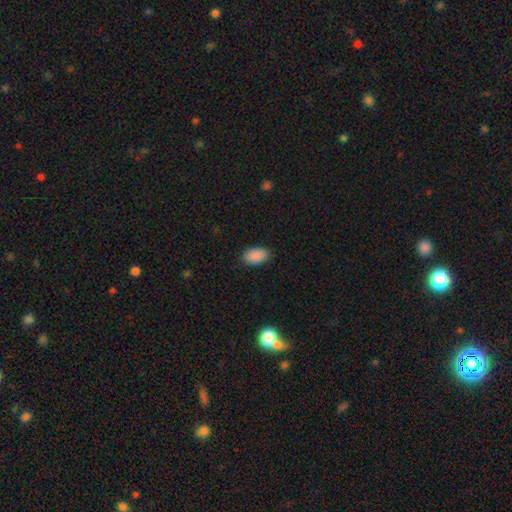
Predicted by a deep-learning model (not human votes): Morphology: type=smooth (90%); roundness=in between (93%); merging=none (87%).